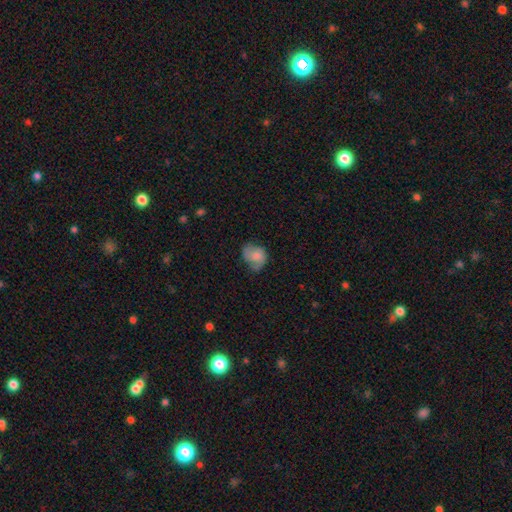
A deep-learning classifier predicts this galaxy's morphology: Smooth or featured? smooth (66%)
How rounded? in between (53%)
Merging? none (47%)